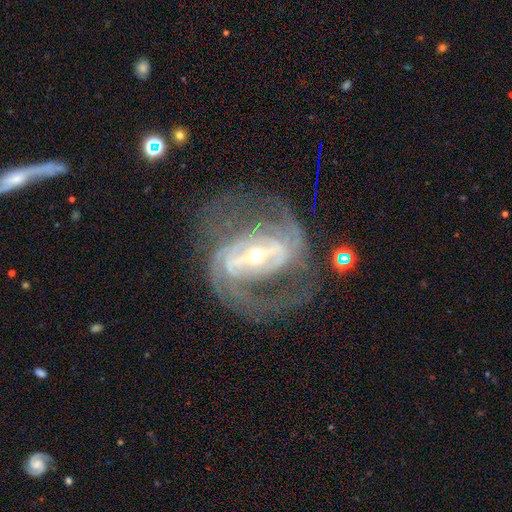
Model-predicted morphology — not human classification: Smooth or featured?
  - featured or disk: 90% *
  - star or artifact: 6%
  - smooth: 5%
Edge-on disk?
  - no: 96% *
  - yes: 4%
Bar?
  - strong: 68% *
  - weak: 23%
  - no: 9%
Spiral arms?
  - yes: 93% *
  - no: 7%
Spiral winding?
  - medium: 48% *
  - tight: 31%
  - loose: 21%
Spiral arm count?
  - 2: 66% *
  - can't tell: 14%
  - 3: 9%
  - 1: 4%
  - 4: 3%
  - more than 4: 3%
Bulge size?
  - small: 58% *
  - moderate: 37%
  - large: 3%
  - dominant: 1%
  - none: 1%
Merging?
  - none: 56% *
  - major disturbance: 24%
  - minor disturbance: 17%
  - merger: 3%